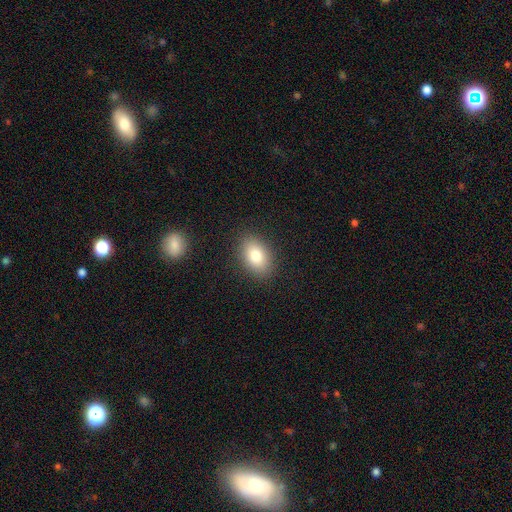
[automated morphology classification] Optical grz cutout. It shows a smooth galaxy with no disk features (80%) that is in between round and cigar-shaped (83%). Merging: none (87%).